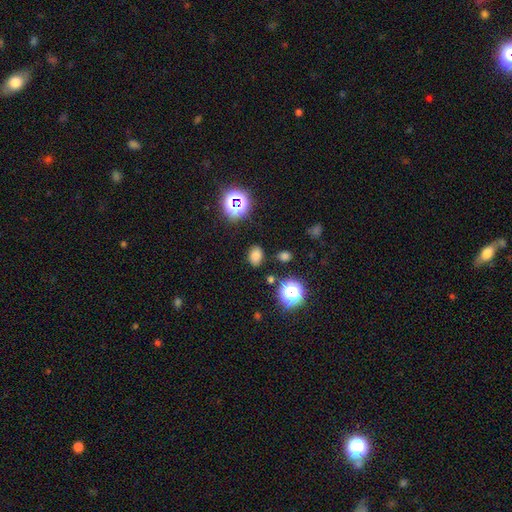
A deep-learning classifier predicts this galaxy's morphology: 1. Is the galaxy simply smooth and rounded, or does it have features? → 74% smooth, 21% star or artifact, 6% featured or disk.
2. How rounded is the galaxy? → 71% in between, 28% round, 1% cigar-shaped.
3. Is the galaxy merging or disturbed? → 82% none, 12% minor disturbance, 3% major disturbance, 3% merger.